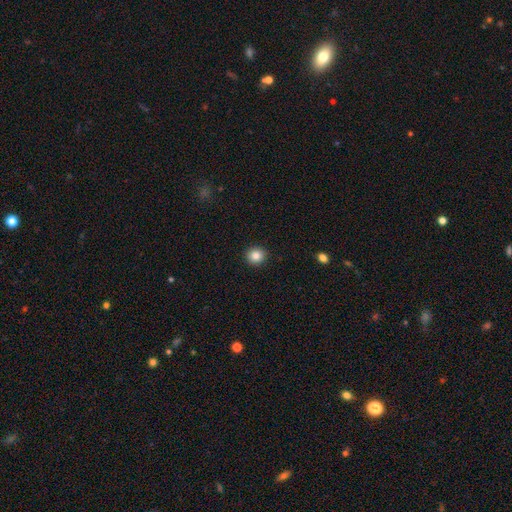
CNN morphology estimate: This appears to be a smooth galaxy with no disk features (85%) that is round (91%). Merging: none (92%).